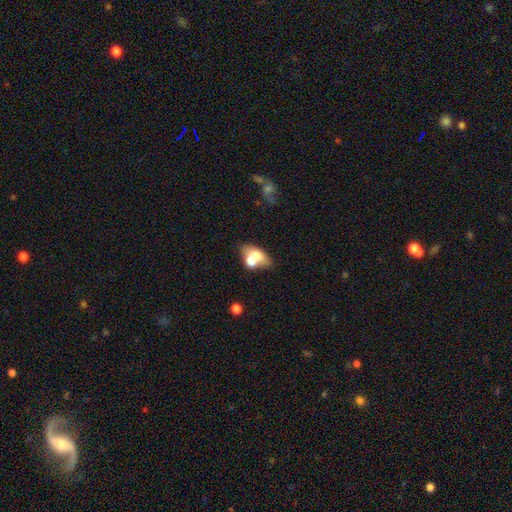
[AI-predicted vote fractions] Overall: smooth (62%; featured or disk 29%). How rounded: in between (76%). Merging: merger (53%; none 29%).